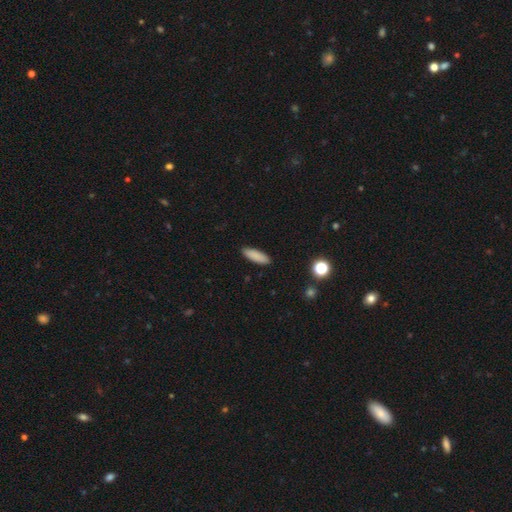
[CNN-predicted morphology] Q: Smooth or featured?
A: smooth (87%); runner-up: star or artifact (8%)
Q: How rounded?
A: cigar-shaped (50%); runner-up: in between (48%)
Q: Merging?
A: none (89%); runner-up: minor disturbance (8%)